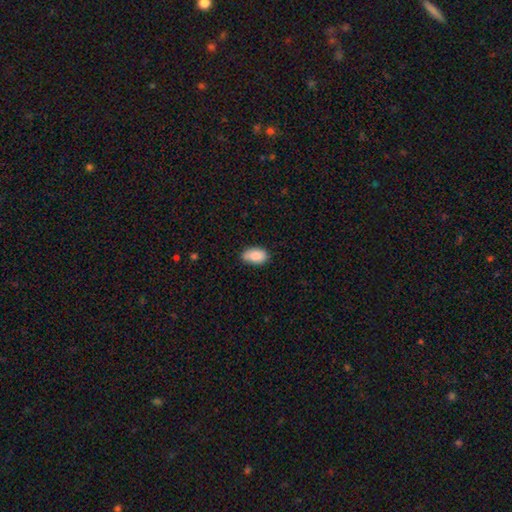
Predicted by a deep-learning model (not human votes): This appears to be a smooth galaxy with no disk features (88%) that is in between round and cigar-shaped (93%). Merging: none (77%).